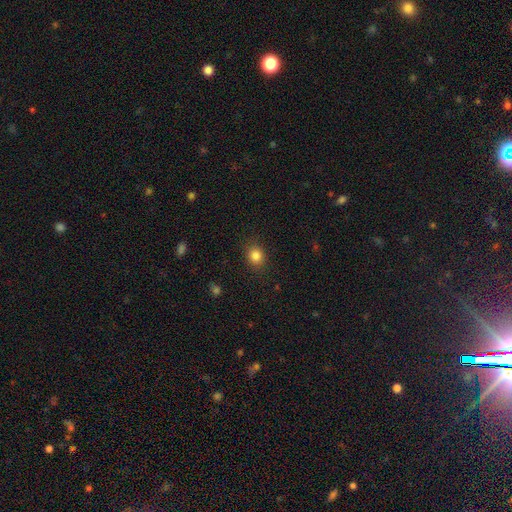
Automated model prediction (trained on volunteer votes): Smooth or featured: smooth — 84% (star or artifact — 11%)
How rounded: round — 64% (in between — 35%)
Merging: none — 87% (minor disturbance — 9%)